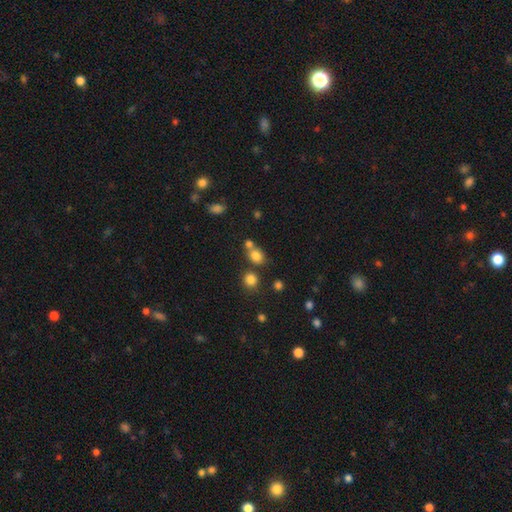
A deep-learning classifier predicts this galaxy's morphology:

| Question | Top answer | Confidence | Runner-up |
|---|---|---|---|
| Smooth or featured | smooth | 78% | star or artifact (14%) |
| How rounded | round | 63% | in between (35%) |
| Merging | none | 55% | merger (31%) |